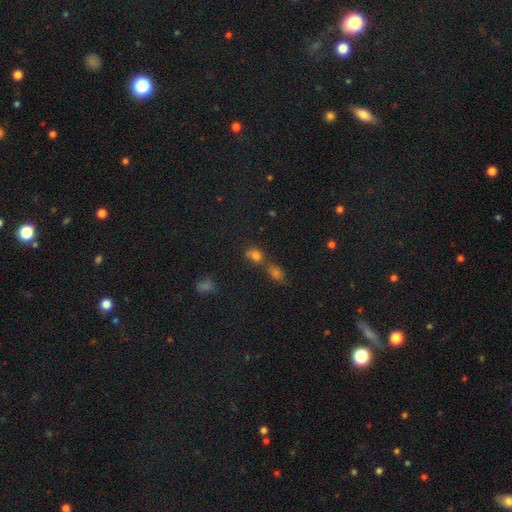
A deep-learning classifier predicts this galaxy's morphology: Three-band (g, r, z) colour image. It shows a smooth galaxy with no disk features (68%) that is round (51%). Merging: merger (44%).